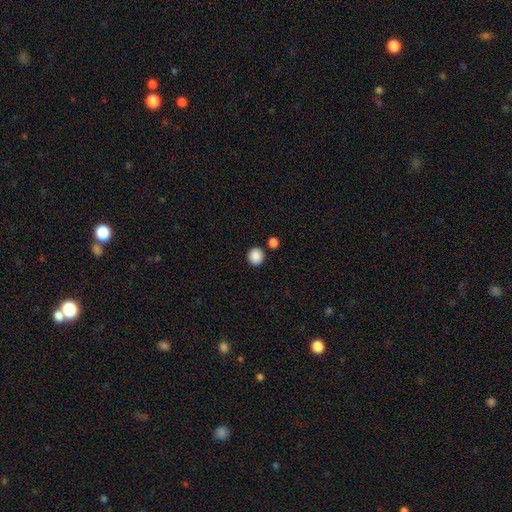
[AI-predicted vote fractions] This is clearly a smooth galaxy (88%). How rounded: clearly round (90%). Merging: clearly none (86%).